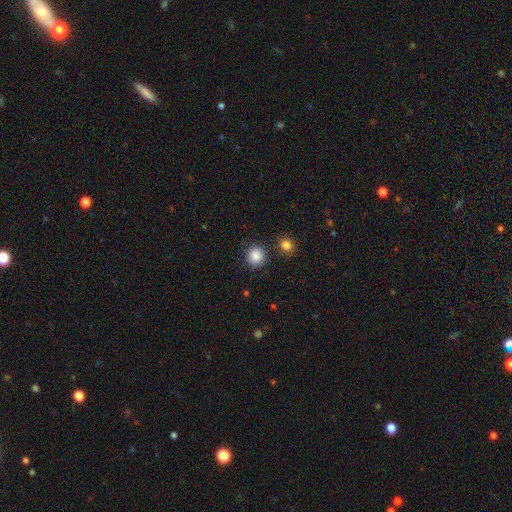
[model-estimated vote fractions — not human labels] Q: Smooth or featured?
A: smooth (88%); runner-up: star or artifact (9%)
Q: How rounded?
A: round (90%); runner-up: in between (9%)
Q: Merging?
A: none (87%); runner-up: minor disturbance (7%)